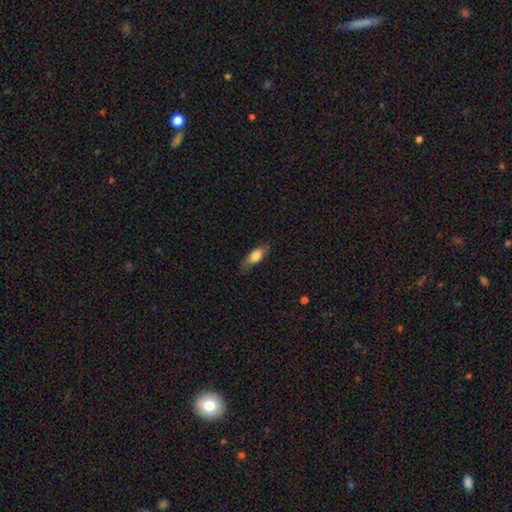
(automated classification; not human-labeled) A smooth galaxy with no disk features (78%) that is in between round and cigar-shaped (78%).

Vote fractions:
- Smooth or featured? smooth: 78% / featured or disk: 16% / star or artifact: 7%
- How rounded? in between: 78% / cigar-shaped: 19% / round: 3%
- Merging? none: 74% / minor disturbance: 20% / major disturbance: 5% / merger: 1%